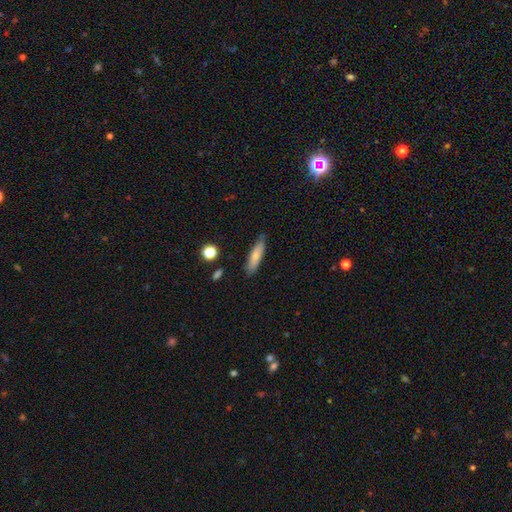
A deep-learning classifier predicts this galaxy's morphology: Overall: smooth (74%). How rounded: cigar-shaped (70%). Merging: none (80%).